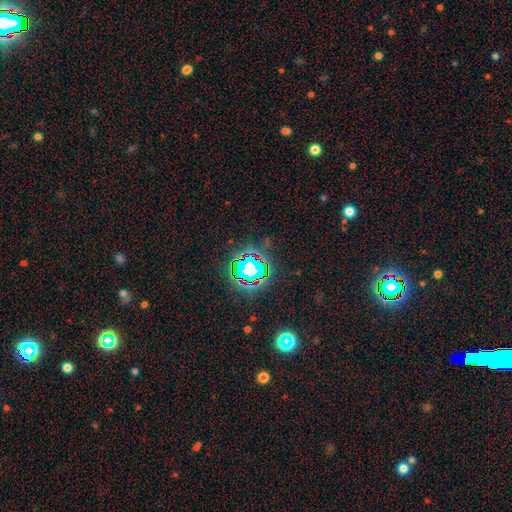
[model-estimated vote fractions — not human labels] A star or artifact, not a galaxy (82%).